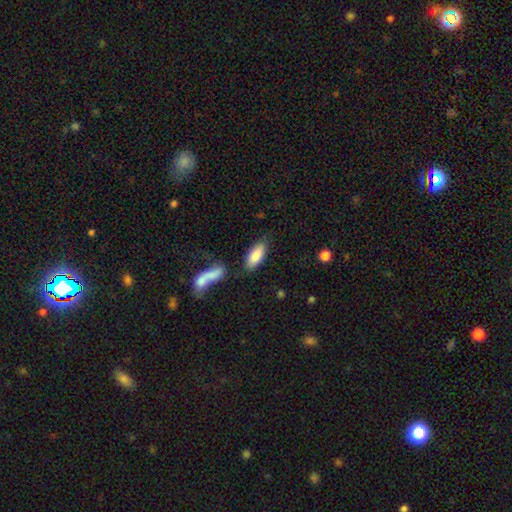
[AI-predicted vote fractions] Smooth or featured? Predicted: smooth (p=0.84). How rounded? Predicted: in between (p=0.83). Merging? Predicted: none (p=0.74).